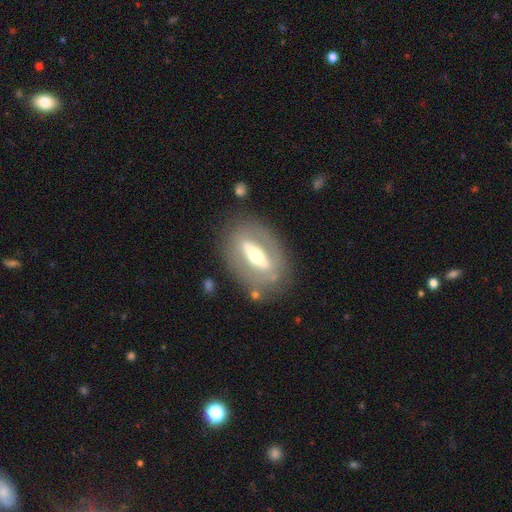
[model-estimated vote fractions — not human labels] smooth-or-featured: featured or disk: 69% | smooth: 25% | star or artifact: 6%
  disk-edge-on: no: 74% | yes: 26%
    bar: strong: 66% | weak: 18% | no: 16%
    has-spiral-arms: no: 82% | yes: 18%
    bulge-size: moderate: 63% | small: 22% | large: 12% | dominant: 2% | none: 1%
  merging: none: 77% | minor disturbance: 13% | major disturbance: 8% | merger: 3%